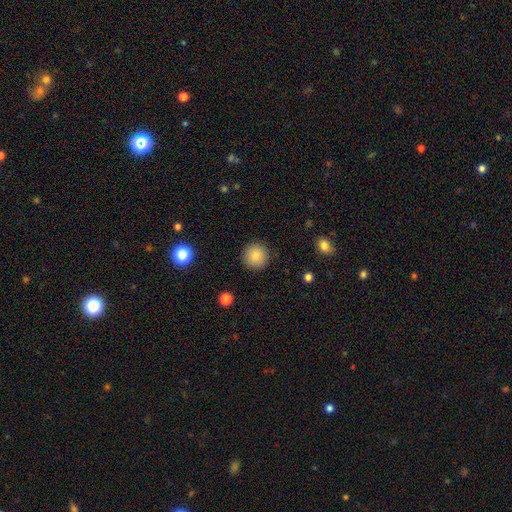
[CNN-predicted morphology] This is clearly a smooth galaxy (84%). How rounded: clearly round (95%). Merging: clearly none (91%).